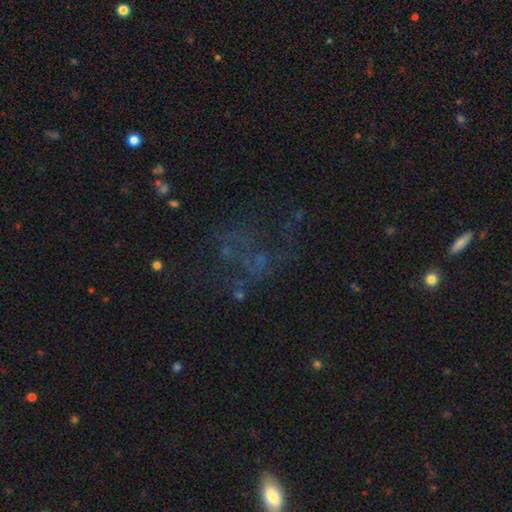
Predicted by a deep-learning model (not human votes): Smooth or featured? Predicted: star or artifact (p=0.44).